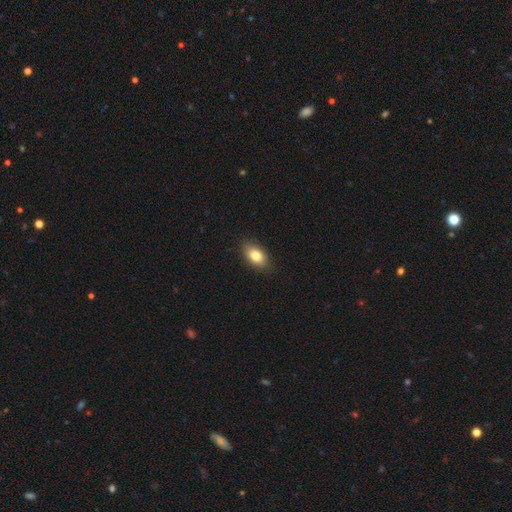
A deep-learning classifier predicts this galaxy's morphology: smooth 82%, featured or disk 11%, star or artifact 8%. Down the decision tree: how rounded — in between (90%); merging — none (87%).